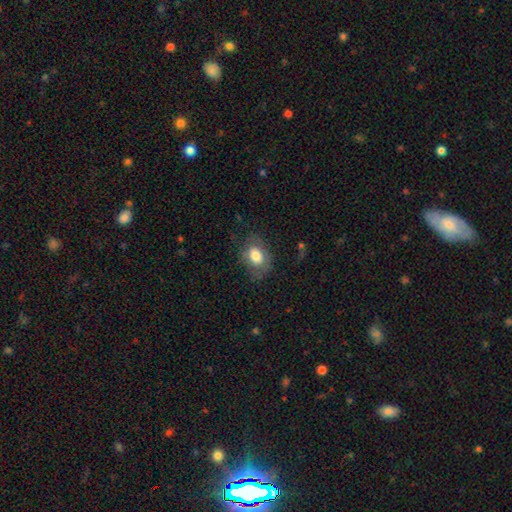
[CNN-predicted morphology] The model was most divided on "merging": none: 64%, minor disturbance: 22%, major disturbance: 13%, merger: 2%. More confident: how rounded — in between (76%); smooth or featured — smooth (72%).